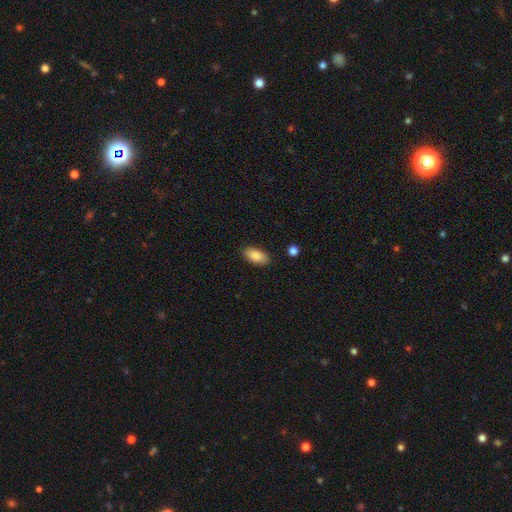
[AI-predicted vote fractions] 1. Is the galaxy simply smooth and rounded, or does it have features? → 87% smooth, 7% star or artifact, 7% featured or disk.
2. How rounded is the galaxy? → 93% in between, 4% cigar-shaped, 3% round.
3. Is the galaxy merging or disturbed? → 88% none, 9% minor disturbance, 2% major disturbance, 1% merger.